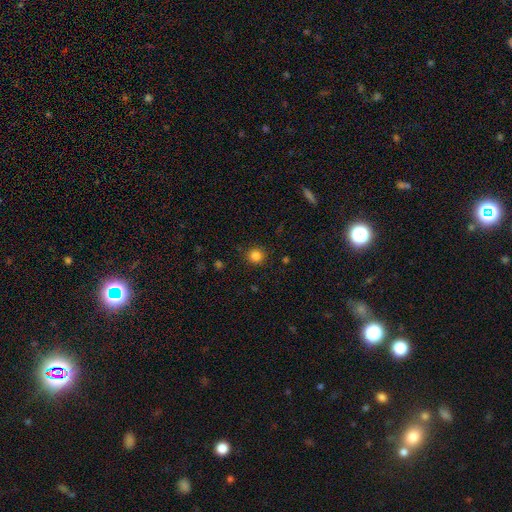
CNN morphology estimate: Q: Smooth or featured?
A: smooth (83%); runner-up: star or artifact (12%)
Q: How rounded?
A: round (93%); runner-up: in between (6%)
Q: Merging?
A: none (91%); runner-up: minor disturbance (6%)